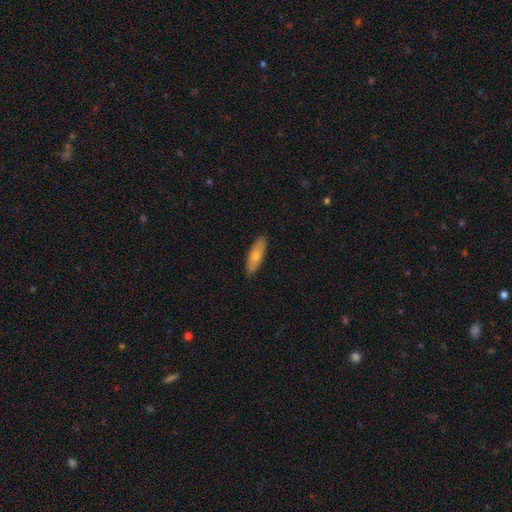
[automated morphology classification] This appears to be a smooth galaxy with no disk features (73%) that is in between round and cigar-shaped (54%). Merging: none (89%).